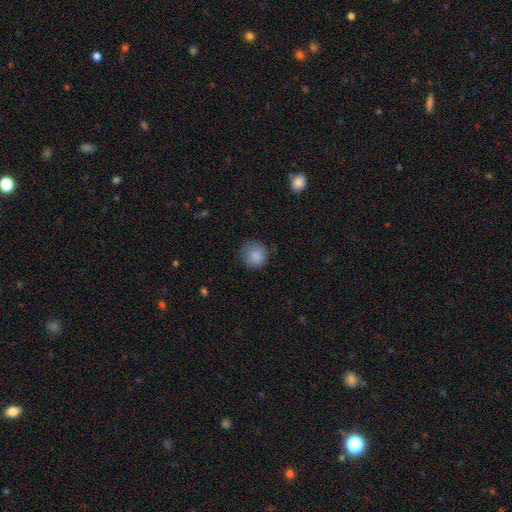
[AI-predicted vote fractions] The model was most divided on "merging": none: 77%, minor disturbance: 17%, major disturbance: 5%, merger: 1%. More confident: how rounded — round (92%); smooth or featured — smooth (87%).